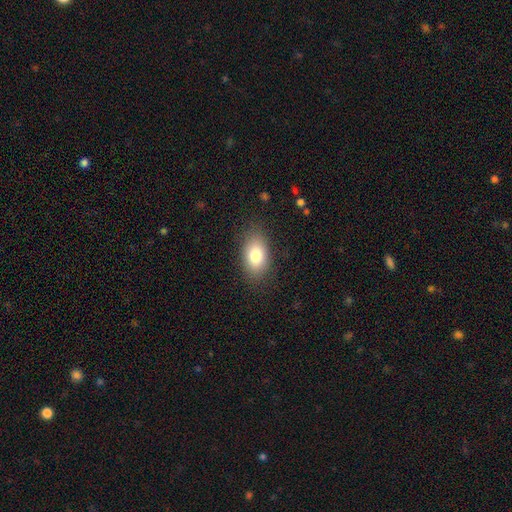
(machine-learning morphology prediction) type=smooth (81%); roundness=in between (90%); merging=none (84%).